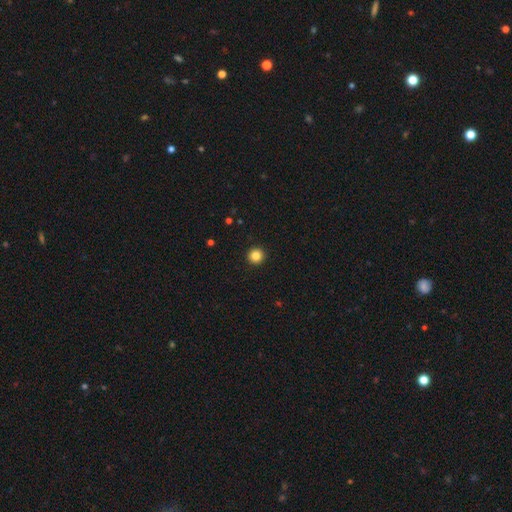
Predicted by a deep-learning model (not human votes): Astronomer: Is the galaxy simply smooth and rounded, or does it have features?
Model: smooth — 85%.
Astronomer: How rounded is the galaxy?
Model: round — 95%.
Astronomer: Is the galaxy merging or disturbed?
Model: none — 94%.